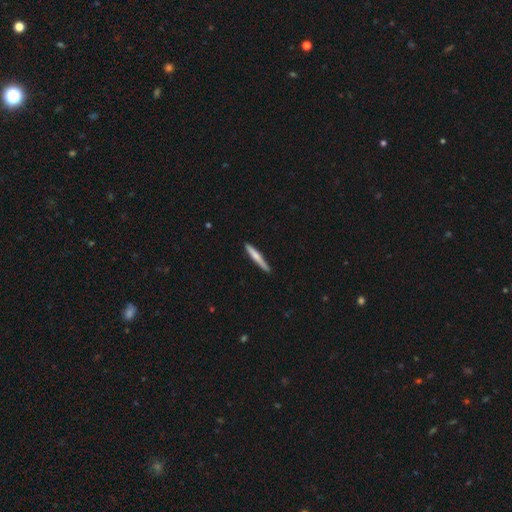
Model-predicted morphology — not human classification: This appears to be a smooth galaxy with no disk features (64%) that is cigar-shaped (95%). Merging: none (86%).